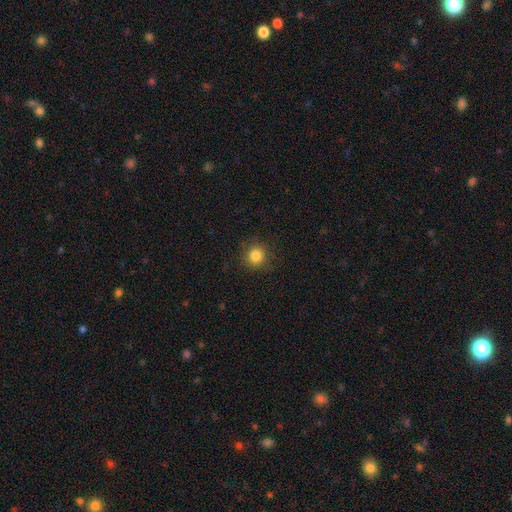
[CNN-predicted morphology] A smooth galaxy with no disk features (84%) that is round (90%). Merging: none (88%).